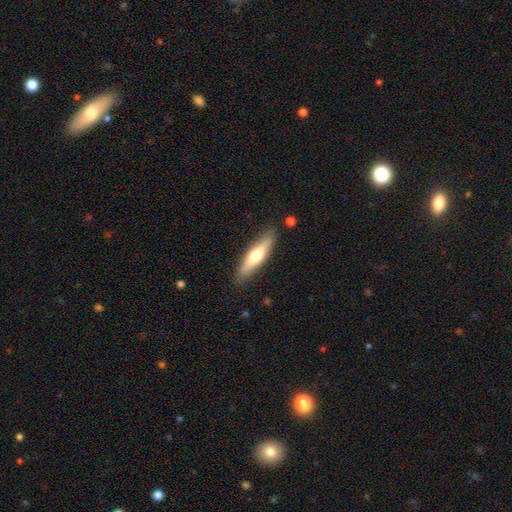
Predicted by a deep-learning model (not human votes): Smooth or featured?
  - smooth: 56% *
  - featured or disk: 39%
  - star or artifact: 5%
How rounded?
  - cigar-shaped: 76% *
  - in between: 23%
  - round: 1%
Merging?
  - none: 85% *
  - minor disturbance: 11%
  - major disturbance: 2%
  - merger: 2%